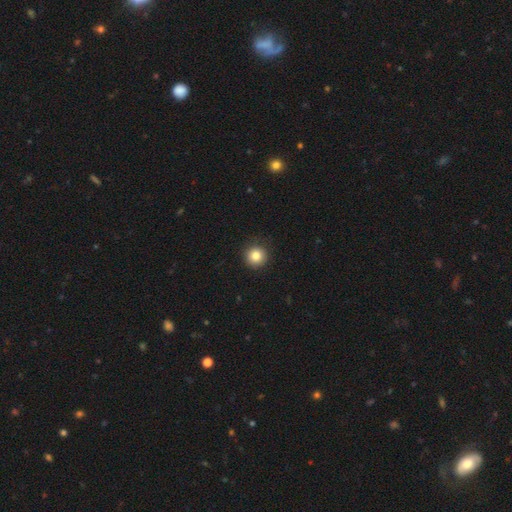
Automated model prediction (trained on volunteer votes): smooth 84%, star or artifact 10%, featured or disk 6%. Down the decision tree: how rounded — round (95%); merging — none (90%).